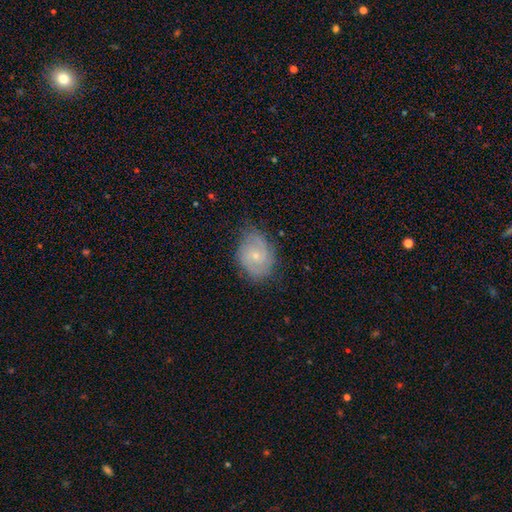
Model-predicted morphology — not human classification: Smooth or featured: featured or disk — 66% (smooth — 27%)
Edge-on disk: no — 97% (yes — 3%)
Bar: no — 68% (weak — 28%)
Spiral arms: yes — 88% (no — 12%)
Spiral winding: tight — 48% (medium — 39%)
Spiral arm count: 2 — 55% (can't tell — 25%)
Bulge size: small — 69% (moderate — 27%)
Merging: none — 72% (minor disturbance — 21%)